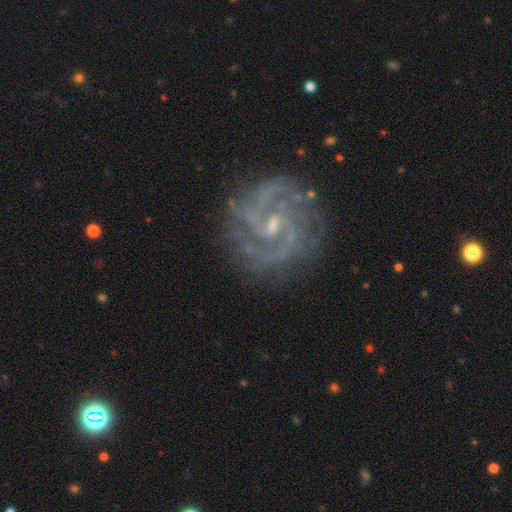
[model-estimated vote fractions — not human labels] smooth-or-featured: featured or disk: 88% | star or artifact: 7% | smooth: 5%
  disk-edge-on: no: 98% | yes: 2%
    bar: weak: 55% | no: 29% | strong: 16%
    has-spiral-arms: yes: 97% | no: 3%
      spiral-winding: medium: 46% | tight: 43% | loose: 11%
      spiral-arm-count: 2: 60% | 3: 14% | can't tell: 13% | 4: 5% | 1: 4% | more than 4: 4%
    bulge-size: small: 65% | moderate: 25% | none: 9% | large: 1% | dominant: 1%
  merging: none: 80% | minor disturbance: 13% | major disturbance: 6% | merger: 2%